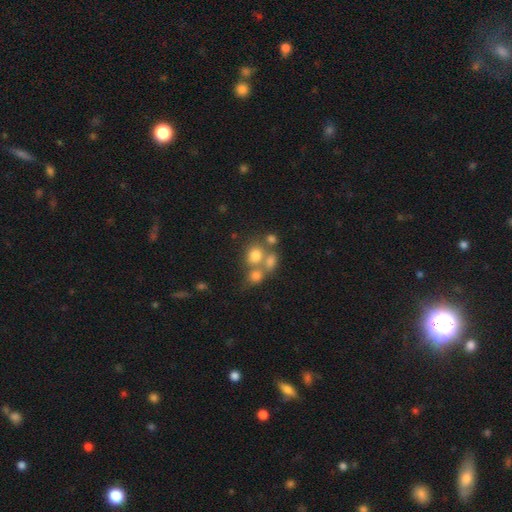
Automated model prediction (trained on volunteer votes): smooth 69%, featured or disk 16%, star or artifact 15%. Down the decision tree: how rounded — round (65%); merging — merger (43%).